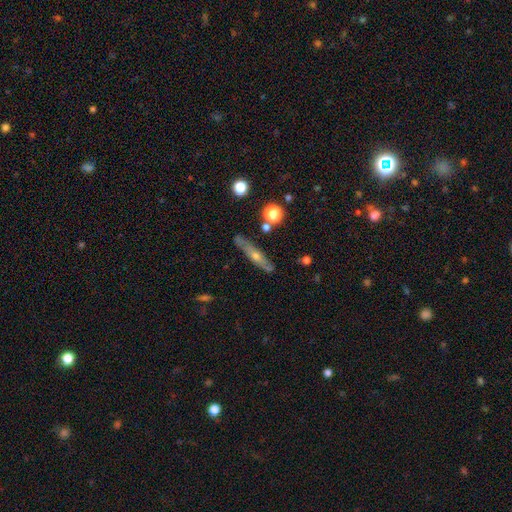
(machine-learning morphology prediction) smooth-or-featured: featured or disk: 58% | smooth: 33% | star or artifact: 9%
  disk-edge-on: yes: 76% | no: 24%
  merging: none: 79% | minor disturbance: 14% | merger: 3% | major disturbance: 3%